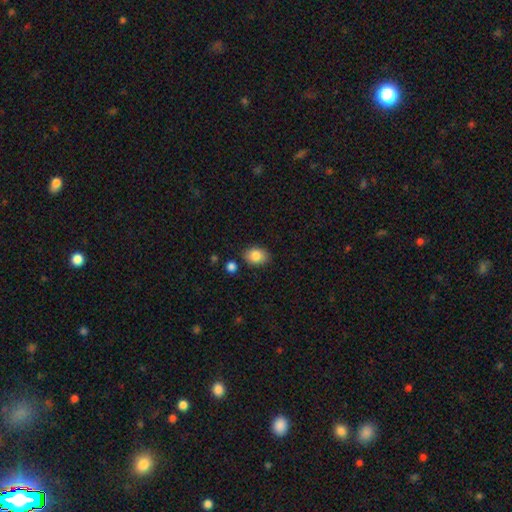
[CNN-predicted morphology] This appears to be a smooth galaxy with no disk features (85%) that is in between round and cigar-shaped (69%). Merging: none (82%).